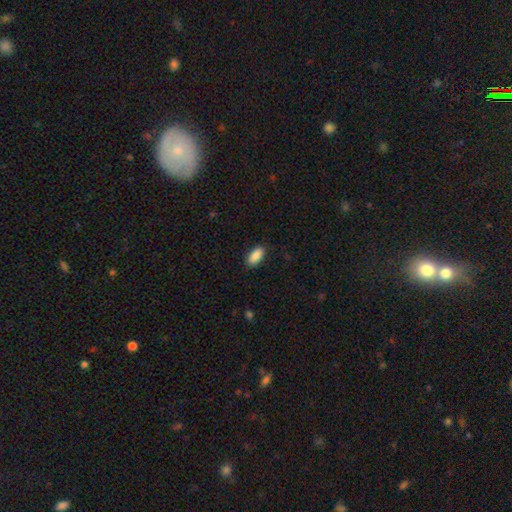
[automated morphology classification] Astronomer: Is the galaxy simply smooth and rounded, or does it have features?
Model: smooth — 90%.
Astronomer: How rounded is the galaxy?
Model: in between — 91%.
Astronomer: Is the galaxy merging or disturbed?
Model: none — 87%.